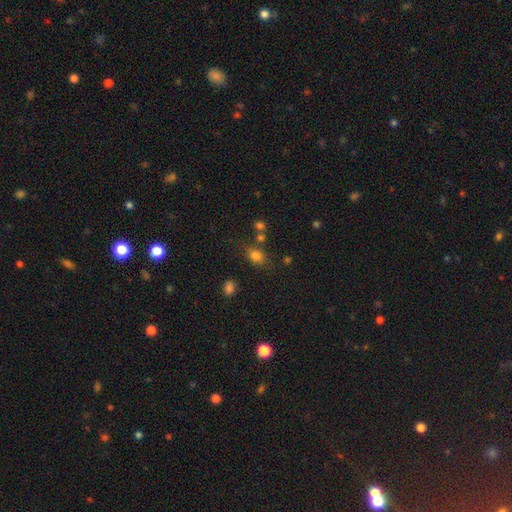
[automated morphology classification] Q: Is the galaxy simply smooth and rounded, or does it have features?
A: smooth — 79%.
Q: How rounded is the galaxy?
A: in between — 58%.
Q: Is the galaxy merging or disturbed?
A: none — 65%.